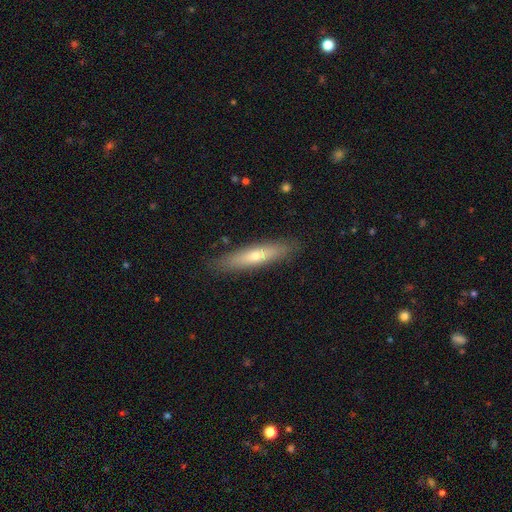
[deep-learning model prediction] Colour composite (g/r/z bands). It shows a smooth galaxy with no disk features (54%) that is cigar-shaped (83%). Merging: none (87%).